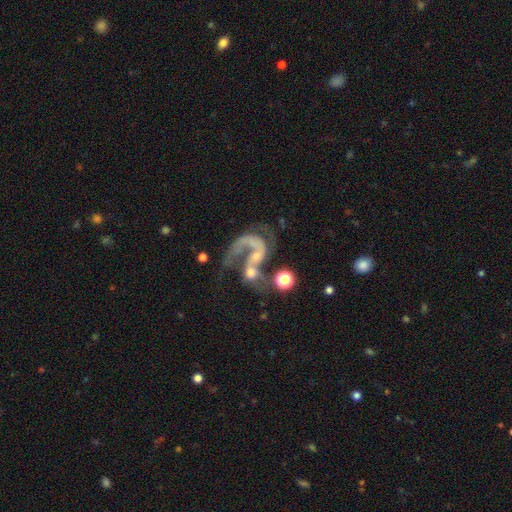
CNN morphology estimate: Smooth or featured? Predicted: featured or disk (p=0.78). Edge-on disk? Predicted: no (p=0.98). Bar? Predicted: no (p=0.57). Spiral arms? Predicted: yes (p=0.84). Spiral winding? Predicted: loose (p=0.56). Spiral arm count? Predicted: 1 (p=0.58). Bulge size? Predicted: small (p=0.46). Merging? Predicted: merger (p=0.37).